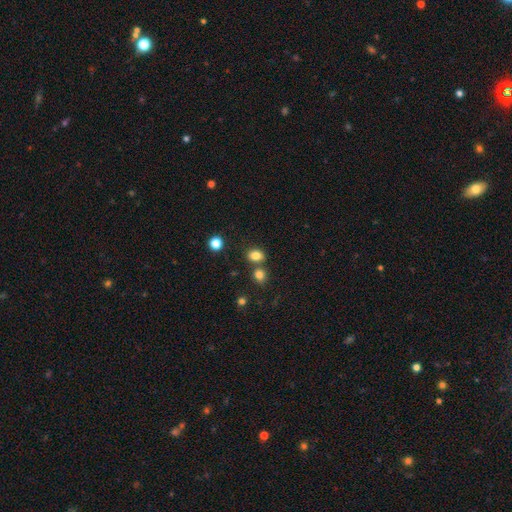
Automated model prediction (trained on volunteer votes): A smooth galaxy with no disk features (82%) that is in between round and cigar-shaped (61%). Merging: none (66%).